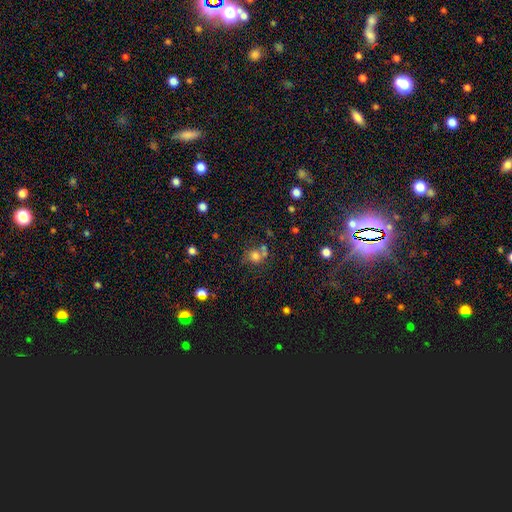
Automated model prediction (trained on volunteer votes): This is likely a smooth galaxy (68%). How rounded: clearly round (80%). Merging: possibly none (50%).